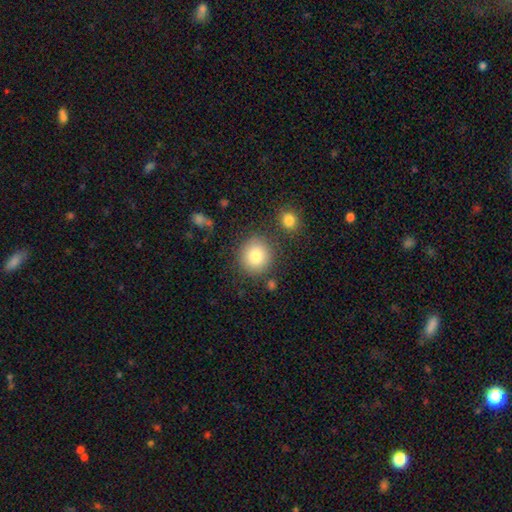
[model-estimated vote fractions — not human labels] Q: Smooth or featured?
A: smooth (82%); runner-up: star or artifact (9%)
Q: How rounded?
A: round (90%); runner-up: in between (9%)
Q: Merging?
A: none (82%); runner-up: minor disturbance (9%)